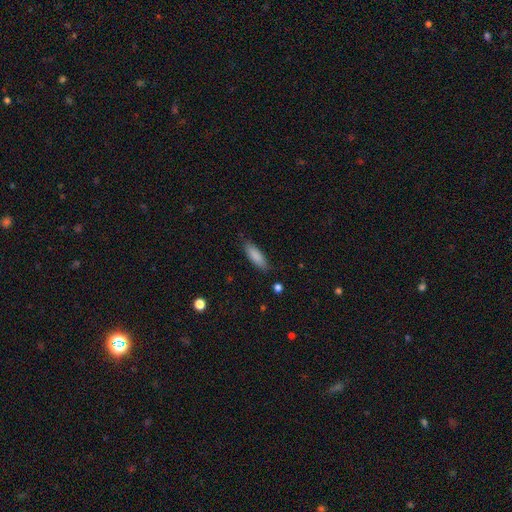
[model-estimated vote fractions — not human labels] This is clearly a smooth galaxy (86%). How rounded: possibly in between (54%). Merging: clearly none (84%).